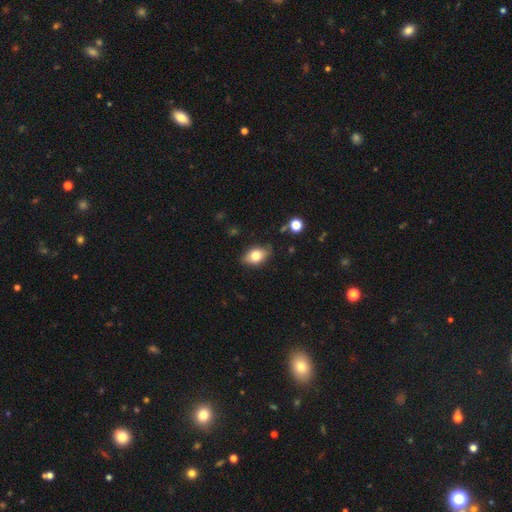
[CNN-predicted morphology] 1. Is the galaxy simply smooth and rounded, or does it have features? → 74% smooth, 18% featured or disk, 8% star or artifact.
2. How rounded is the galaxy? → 84% in between, 13% round, 3% cigar-shaped.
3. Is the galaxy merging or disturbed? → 79% none, 16% minor disturbance, 3% major disturbance, 2% merger.